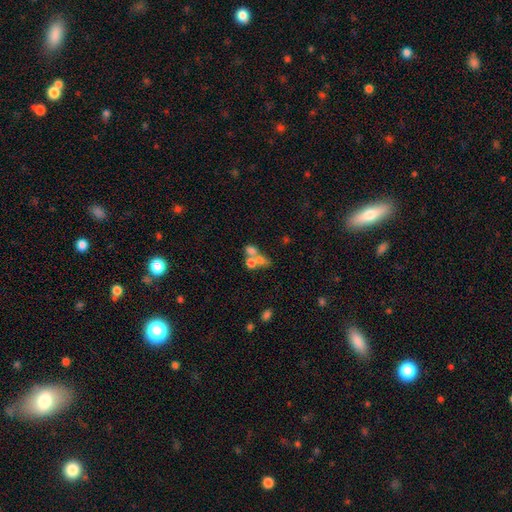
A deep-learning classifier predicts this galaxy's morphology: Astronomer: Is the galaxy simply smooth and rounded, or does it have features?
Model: smooth — 55%.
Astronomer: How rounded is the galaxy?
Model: round — 57% (runner-up: in between, 40%).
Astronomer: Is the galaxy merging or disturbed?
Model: merger — 59%.